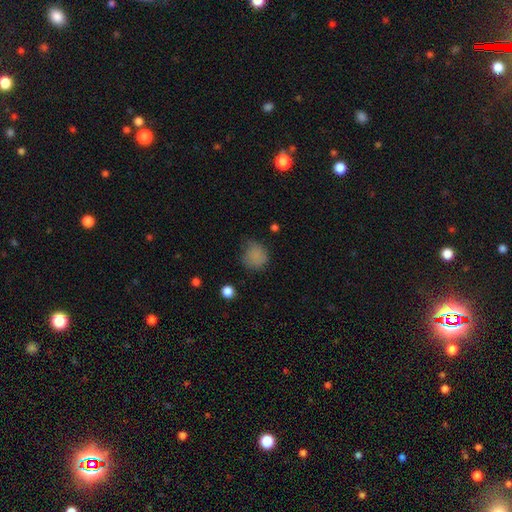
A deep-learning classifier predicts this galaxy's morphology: smooth_or_featured: smooth (p=0.81) [alt: star or artifact p=0.12]
how_rounded: round (p=0.79) [alt: in between p=0.20]
merging: none (p=0.59) [alt: minor disturbance p=0.29]